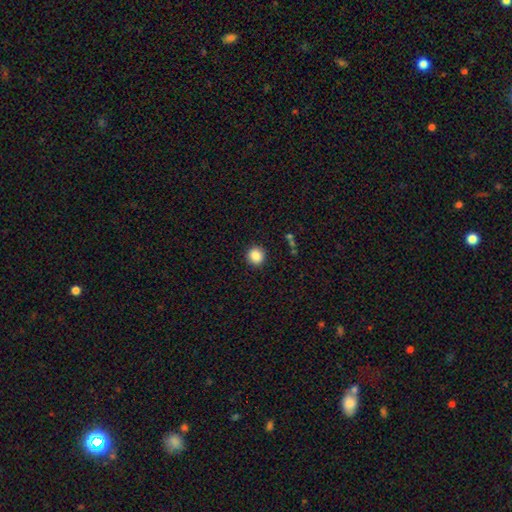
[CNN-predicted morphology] A smooth galaxy with no disk features (87%) that is round (89%). Merging: none (90%).